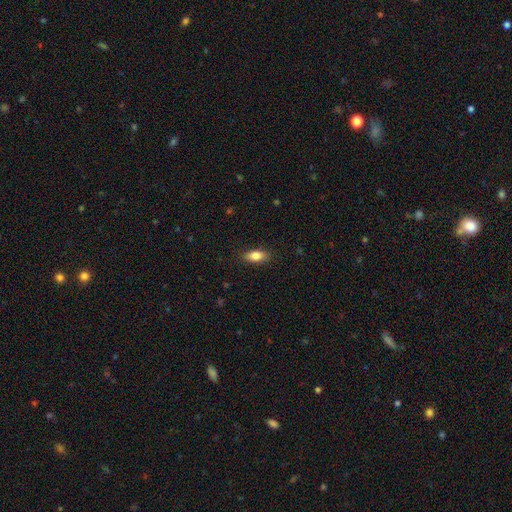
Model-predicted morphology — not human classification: This appears to be a smooth galaxy with no disk features (84%) that is in between round and cigar-shaped (84%). Merging: none (86%).